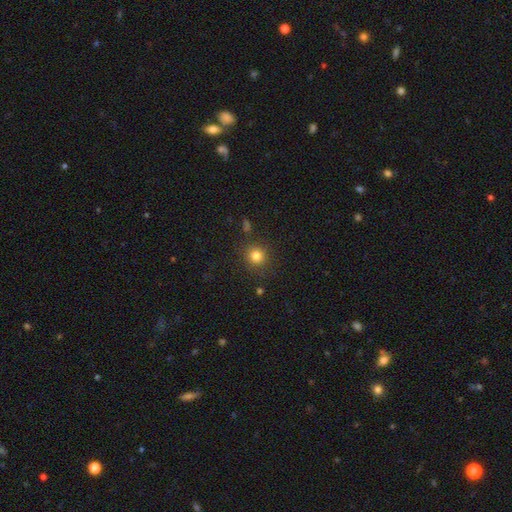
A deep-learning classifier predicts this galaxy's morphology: type=smooth (82%); roundness=round (90%); merging=none (86%).